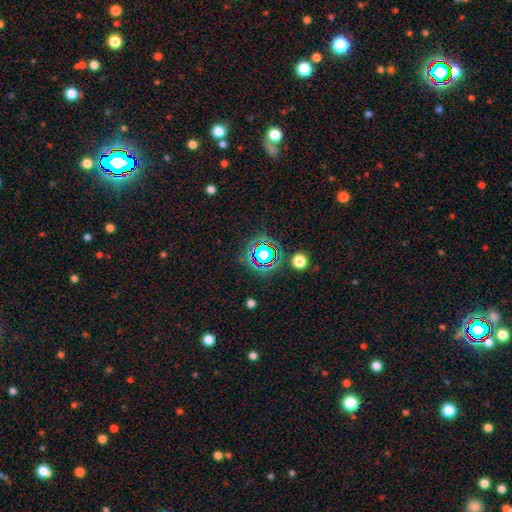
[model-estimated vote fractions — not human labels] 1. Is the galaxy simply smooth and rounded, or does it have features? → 67% star or artifact, 21% smooth, 12% featured or disk.